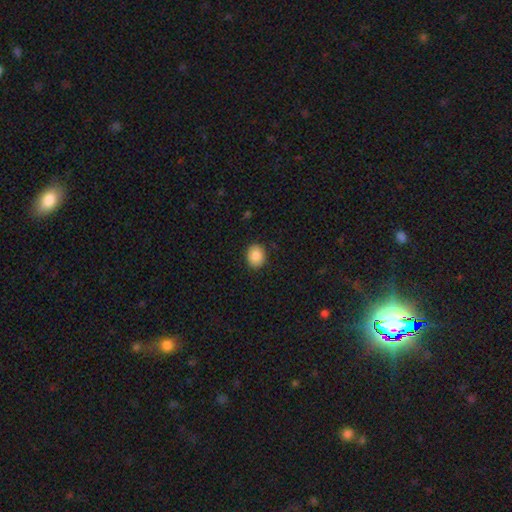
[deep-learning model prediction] The model was most divided on "how rounded": round: 60%, in between: 39%, cigar-shaped: 1%. More confident: merging — none (88%); smooth or featured — smooth (87%).